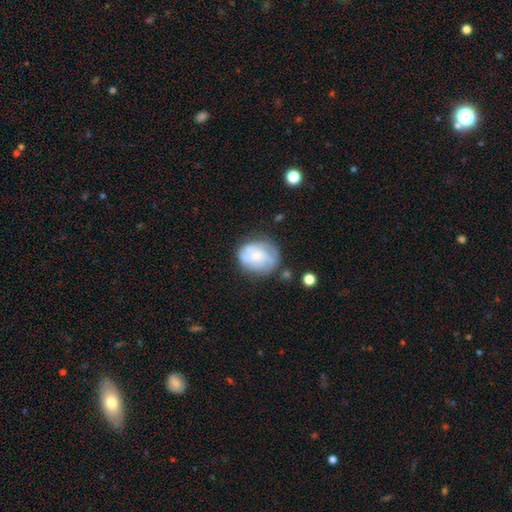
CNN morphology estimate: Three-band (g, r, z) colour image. It shows a featured or disk galaxy (62%) with no bar (65%), spiral arms (81%) and a small central bulge (43%). Merging: none (60%).